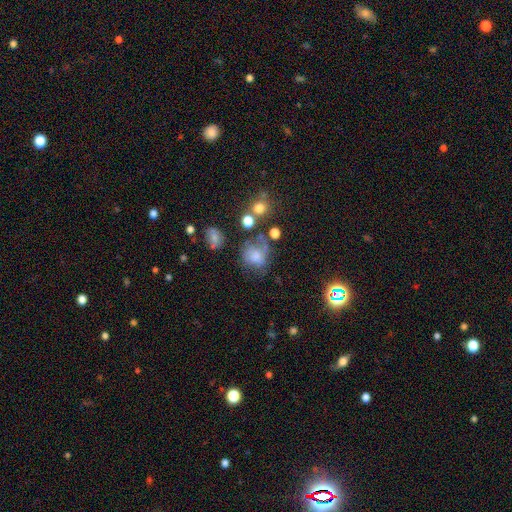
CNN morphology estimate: smooth 64%, featured or disk 22%, star or artifact 14%. Down the decision tree: how rounded — round (69%); merging — none (39%).